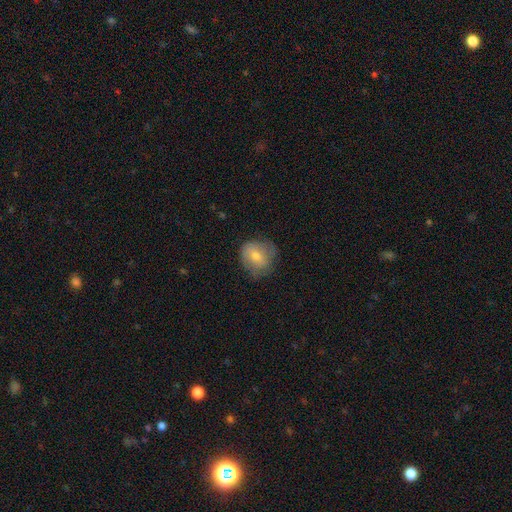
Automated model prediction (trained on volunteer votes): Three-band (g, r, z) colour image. It shows a smooth galaxy with no disk features (60%) that is round (73%). Merging: none (68%).